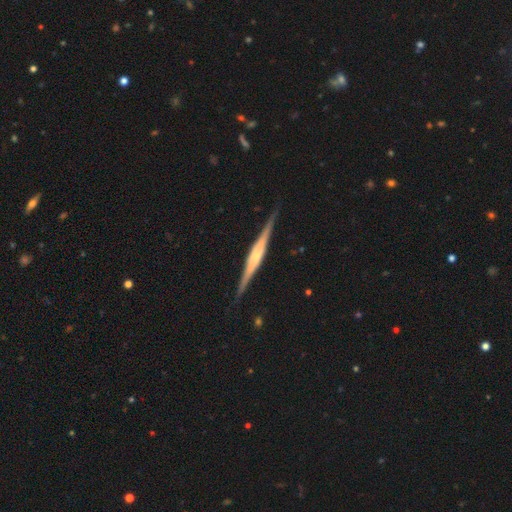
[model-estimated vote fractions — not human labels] featured or disk 83%, smooth 12%, star or artifact 5%. Down the decision tree: edge-on disk — yes (98%); edge-on bulge — rounded (49%); merging — none (88%).